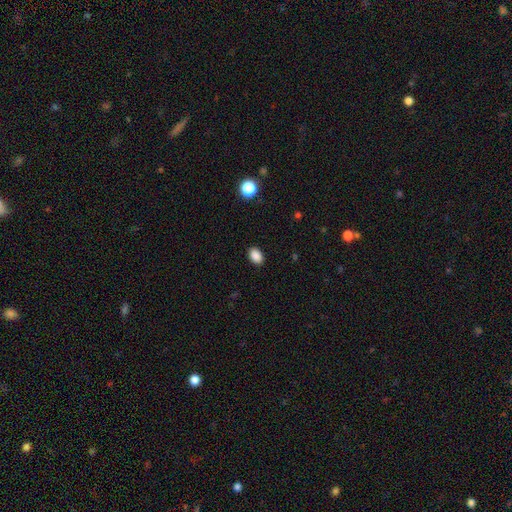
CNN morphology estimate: This is clearly a smooth galaxy (88%). How rounded: clearly in between (83%). Merging: clearly none (89%).